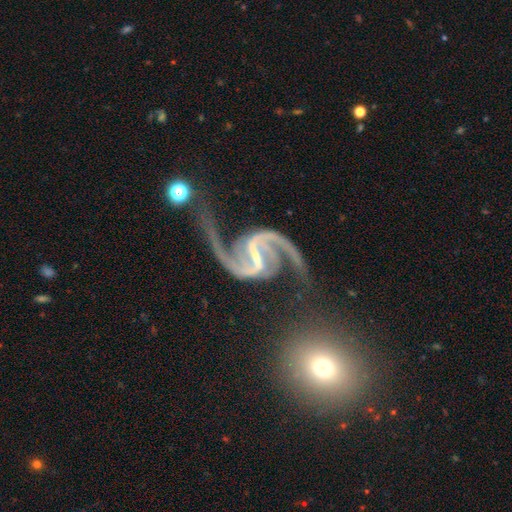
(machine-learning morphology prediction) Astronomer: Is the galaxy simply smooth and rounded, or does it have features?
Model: featured or disk — 94%.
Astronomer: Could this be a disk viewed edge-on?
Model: no — 98%.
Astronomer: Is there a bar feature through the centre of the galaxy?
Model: strong — 63%.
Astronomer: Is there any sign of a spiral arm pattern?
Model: yes — 98%.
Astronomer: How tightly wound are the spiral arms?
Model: loose — 52% (runner-up: medium, 40%).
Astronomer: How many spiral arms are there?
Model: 2 — 93%.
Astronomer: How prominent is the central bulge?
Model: small — 51% (runner-up: none, 31%).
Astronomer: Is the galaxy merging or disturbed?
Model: none — 60%.